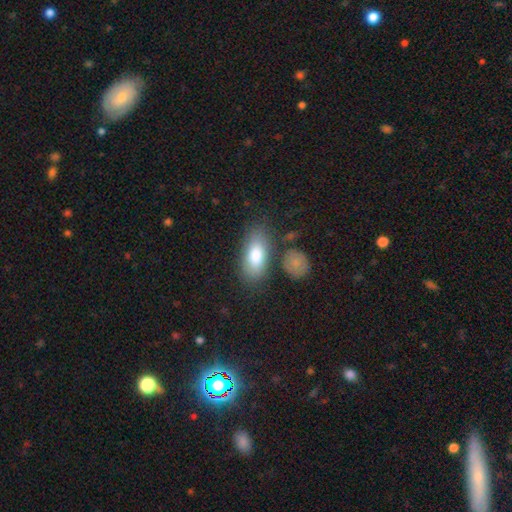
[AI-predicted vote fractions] smooth-or-featured: smooth: 79% | featured or disk: 15% | star or artifact: 7%
  how-rounded: in between: 89% | cigar-shaped: 7% | round: 4%
  merging: none: 75% | minor disturbance: 14% | merger: 7% | major disturbance: 5%